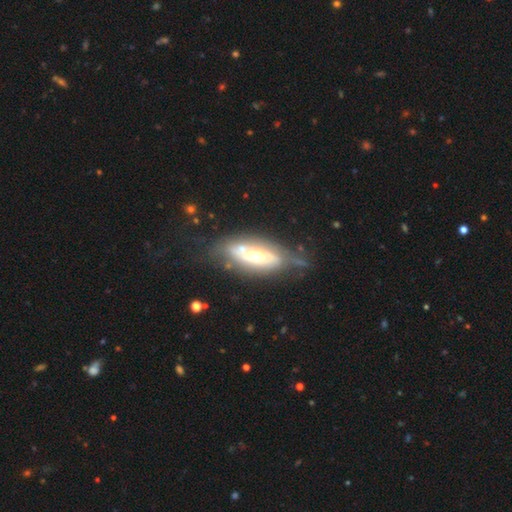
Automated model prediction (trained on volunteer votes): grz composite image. It shows a featured or disk galaxy (72%) with no bar (61%), spiral arms (59%) and a moderate central bulge (67%). Merging: none (51%).